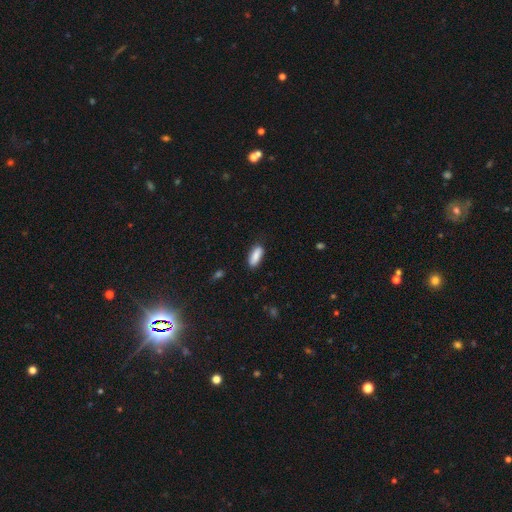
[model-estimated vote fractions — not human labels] smooth 88%, star or artifact 6%, featured or disk 6%. Down the decision tree: how rounded — in between (73%); merging — none (84%).